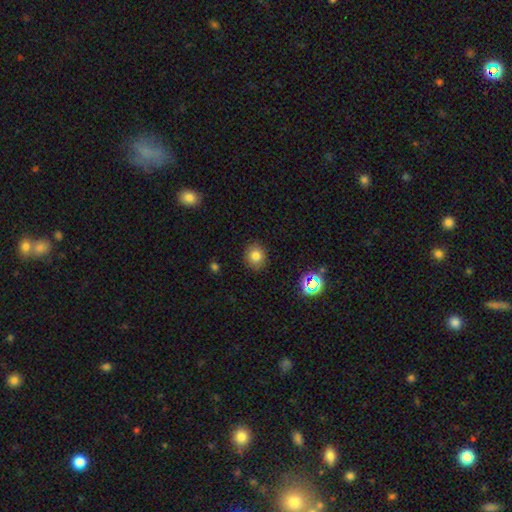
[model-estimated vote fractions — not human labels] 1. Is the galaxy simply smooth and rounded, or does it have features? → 79% smooth, 14% star or artifact, 7% featured or disk.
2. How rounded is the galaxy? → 78% round, 21% in between, 1% cigar-shaped.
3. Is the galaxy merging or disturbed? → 88% none, 8% minor disturbance, 2% major disturbance, 1% merger.